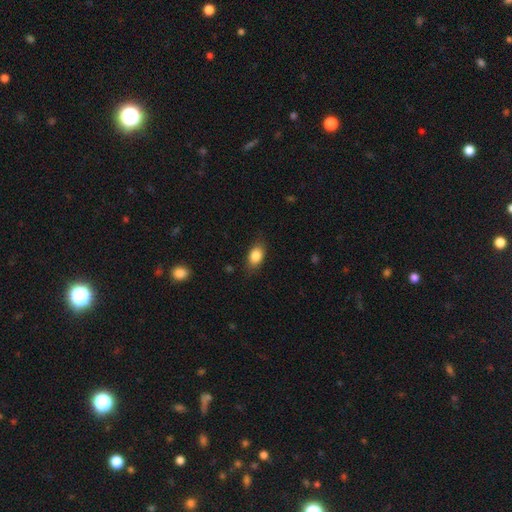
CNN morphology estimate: smooth 84%, featured or disk 8%, star or artifact 8%. Down the decision tree: how rounded — in between (82%); merging — none (79%).